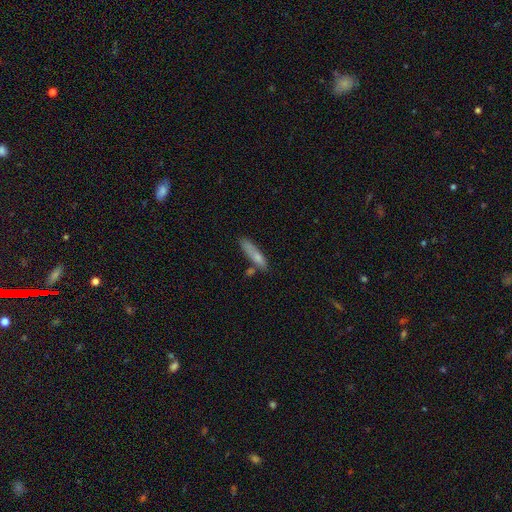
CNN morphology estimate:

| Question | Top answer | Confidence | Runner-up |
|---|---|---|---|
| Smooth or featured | smooth | 73% | featured or disk (19%) |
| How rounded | cigar-shaped | 80% | in between (17%) |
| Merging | none | 68% | minor disturbance (18%) |